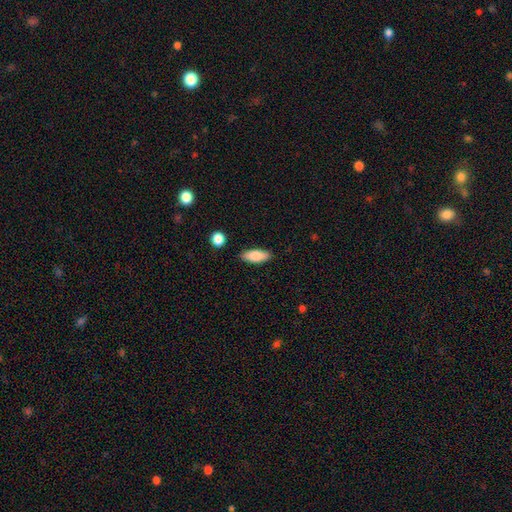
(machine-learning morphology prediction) A smooth galaxy with no disk features (83%) that is in between round and cigar-shaped (78%). Merging: none (87%).